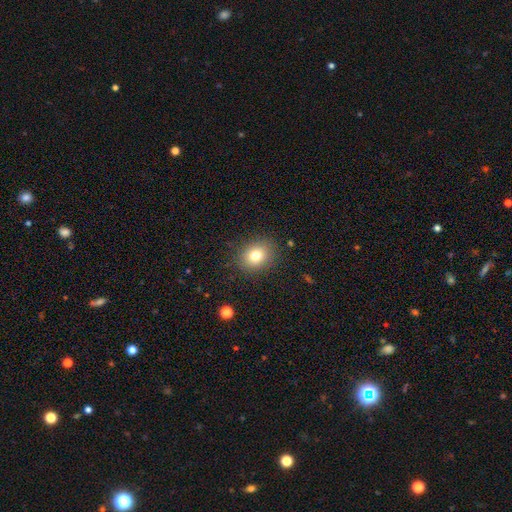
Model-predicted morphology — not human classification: smooth 78%, star or artifact 12%, featured or disk 10%. Down the decision tree: how rounded — round (65%); merging — none (87%).